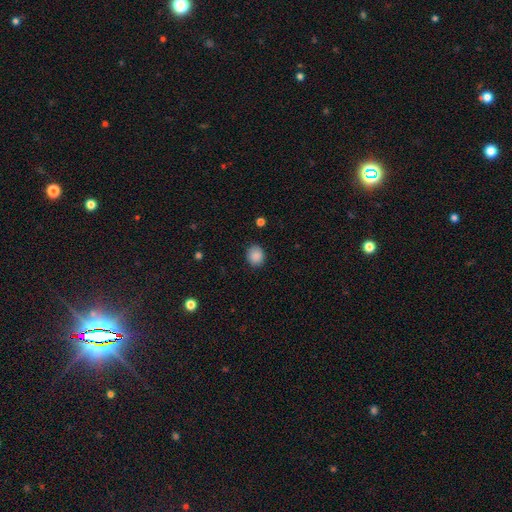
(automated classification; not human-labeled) This appears to be a smooth galaxy with no disk features (89%) that is round (68%). Merging: none (87%).